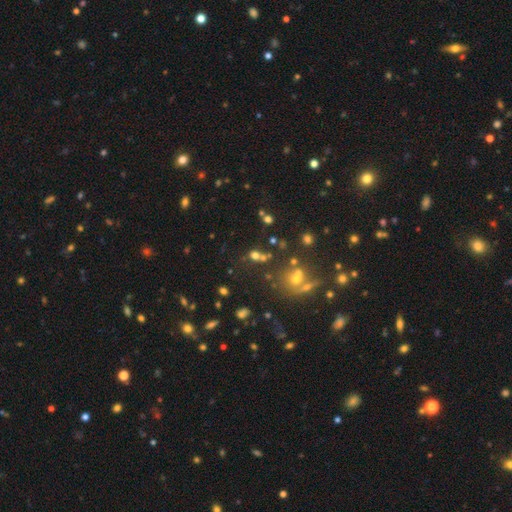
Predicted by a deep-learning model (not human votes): Q: Smooth or featured?
A: smooth (57%); runner-up: star or artifact (30%)
Q: How rounded?
A: round (69%); runner-up: in between (28%)
Q: Merging?
A: none (58%); runner-up: merger (25%)